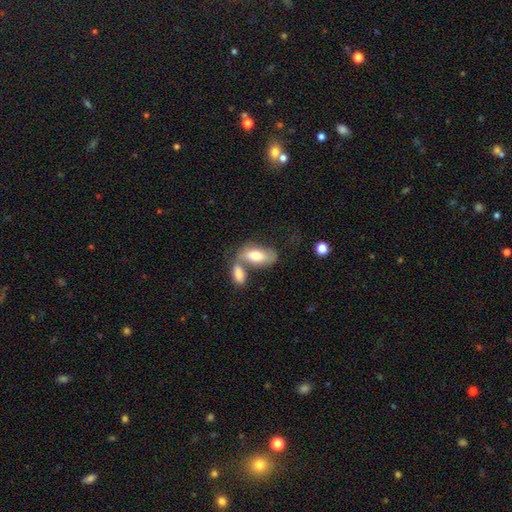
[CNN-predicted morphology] A smooth galaxy with no disk features (69%) that is in between round and cigar-shaped (89%).

Vote fractions:
- Smooth or featured? smooth: 69% / featured or disk: 25% / star or artifact: 6%
- How rounded? in between: 89% / cigar-shaped: 8% / round: 3%
- Merging? merger: 51% / none: 30% / minor disturbance: 12% / major disturbance: 7%